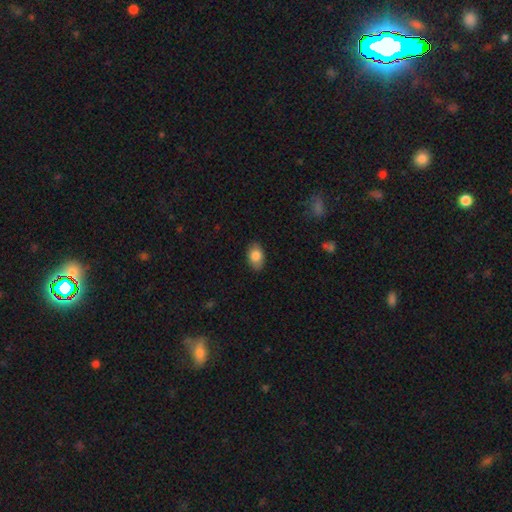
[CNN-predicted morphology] smooth-or-featured: smooth: 83% | featured or disk: 10% | star or artifact: 7%
  how-rounded: in between: 88% | round: 11% | cigar-shaped: 1%
  merging: none: 85% | minor disturbance: 12% | major disturbance: 2% | merger: 1%